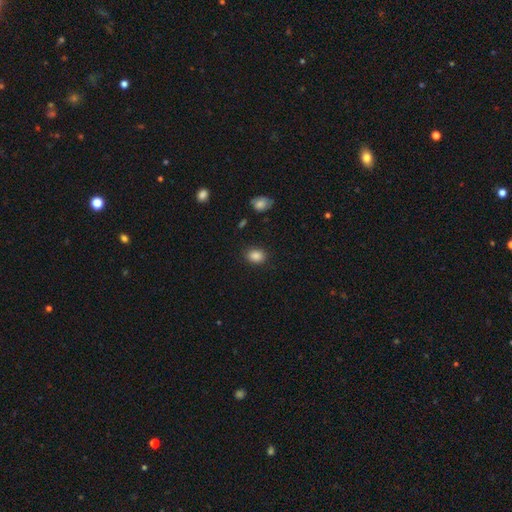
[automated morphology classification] Smooth or featured? smooth (87%)
How rounded? in between (60%)
Merging? none (86%)